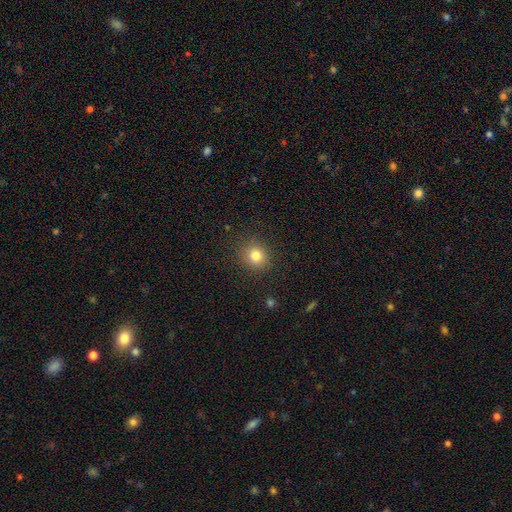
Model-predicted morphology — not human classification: A smooth galaxy with no disk features (80%) that is round (88%).

Vote fractions:
- Smooth or featured? smooth: 80% / star or artifact: 13% / featured or disk: 7%
- How rounded? round: 88% / in between: 11% / cigar-shaped: 1%
- Merging? none: 89% / minor disturbance: 7% / major disturbance: 3% / merger: 1%